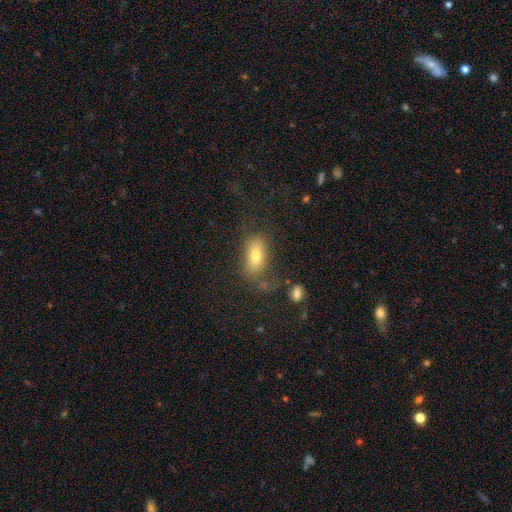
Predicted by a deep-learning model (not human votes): This is likely a smooth galaxy (75%). How rounded: clearly in between (86%). Merging: likely none (65%).